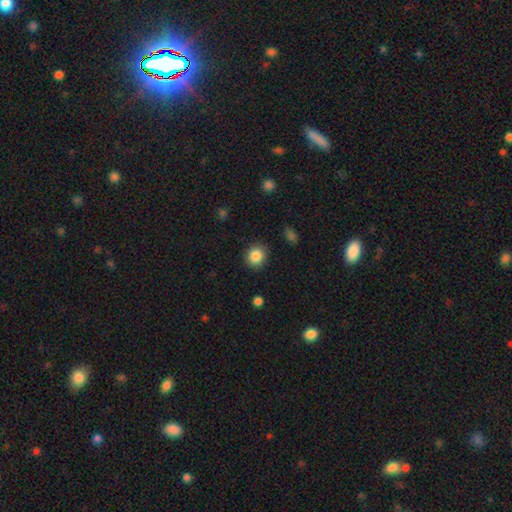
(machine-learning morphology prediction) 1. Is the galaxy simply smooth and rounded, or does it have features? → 86% smooth, 9% star or artifact, 4% featured or disk.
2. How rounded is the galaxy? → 84% round, 16% in between, 1% cigar-shaped.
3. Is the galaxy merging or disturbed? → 89% none, 8% minor disturbance, 2% major disturbance, 1% merger.